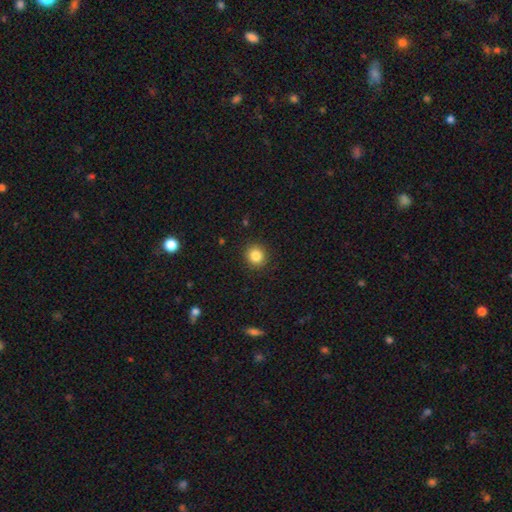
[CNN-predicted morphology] Smooth or featured: smooth — 85% (star or artifact — 10%)
How rounded: round — 89% (in between — 10%)
Merging: none — 91% (minor disturbance — 6%)